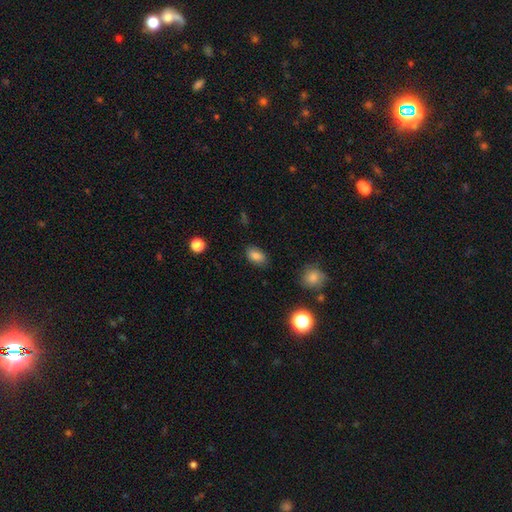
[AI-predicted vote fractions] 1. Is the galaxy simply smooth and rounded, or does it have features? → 83% smooth, 10% star or artifact, 7% featured or disk.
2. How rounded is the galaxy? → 89% in between, 9% round, 2% cigar-shaped.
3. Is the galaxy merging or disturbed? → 85% none, 11% minor disturbance, 3% major disturbance, 2% merger.